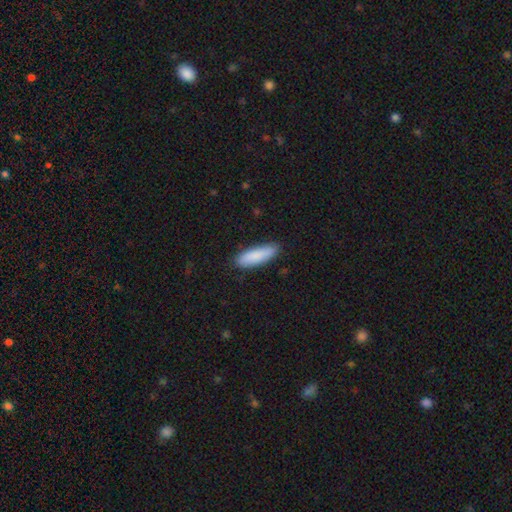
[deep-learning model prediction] smooth-or-featured: smooth: 88% | featured or disk: 6% | star or artifact: 5%
  how-rounded: cigar-shaped: 55% | in between: 43% | round: 1%
  merging: none: 88% | minor disturbance: 10% | major disturbance: 2% | merger: 1%